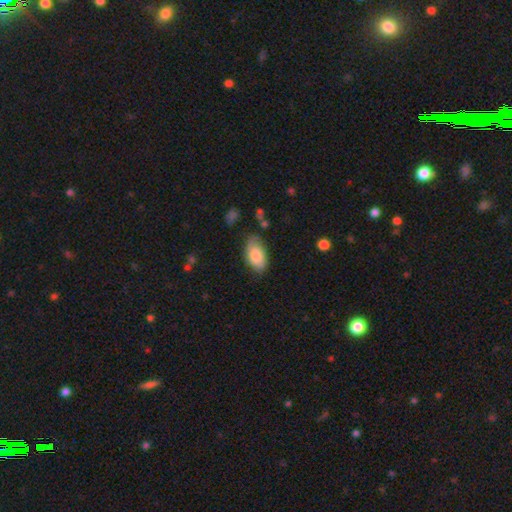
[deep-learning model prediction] Smooth or featured?
  - smooth: 77% *
  - featured or disk: 17%
  - star or artifact: 6%
How rounded?
  - in between: 94% *
  - round: 4%
  - cigar-shaped: 2%
Merging?
  - none: 67% *
  - minor disturbance: 25%
  - major disturbance: 6%
  - merger: 2%